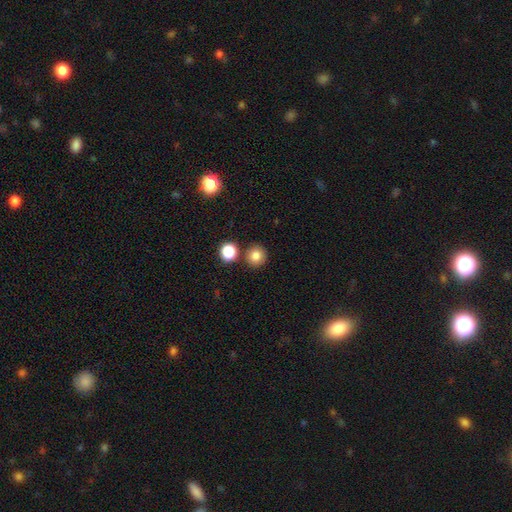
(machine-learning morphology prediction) smooth_or_featured: smooth (p=0.81) [alt: star or artifact p=0.13]
how_rounded: round (p=0.93) [alt: in between p=0.06]
merging: none (p=0.84) [alt: merger p=0.08]